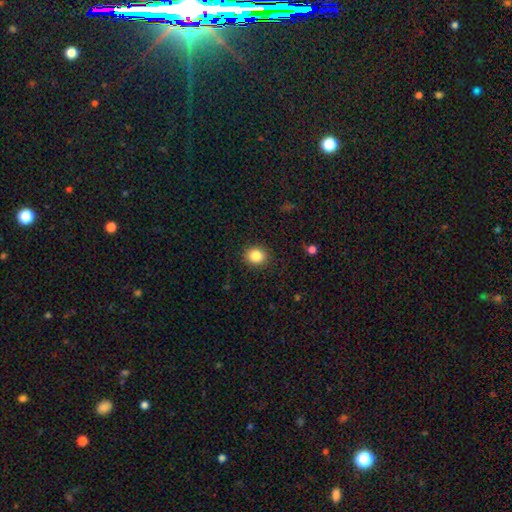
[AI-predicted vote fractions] Smooth or featured: smooth — 85% (star or artifact — 10%)
How rounded: round — 74% (in between — 25%)
Merging: none — 90% (minor disturbance — 7%)